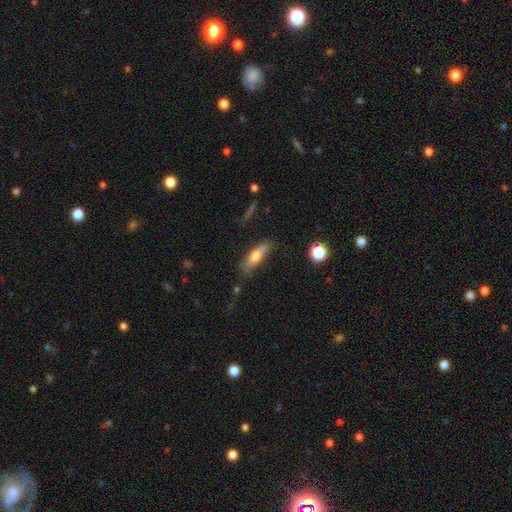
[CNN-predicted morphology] type=smooth (59%); roundness=cigar-shaped (61%); merging=none (76%).